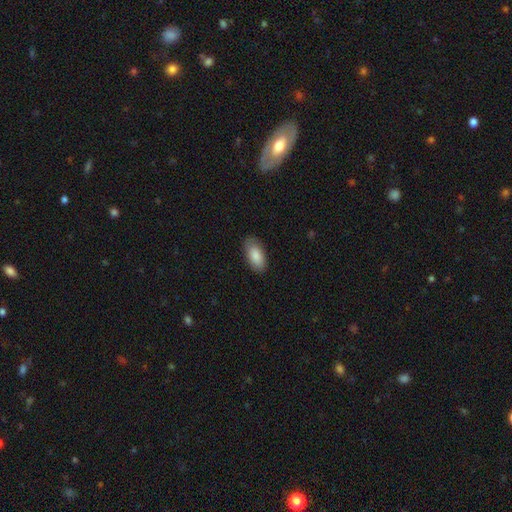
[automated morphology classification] Q: Smooth or featured?
A: smooth (87%); runner-up: featured or disk (7%)
Q: How rounded?
A: in between (93%); runner-up: cigar-shaped (5%)
Q: Merging?
A: none (84%); runner-up: minor disturbance (12%)